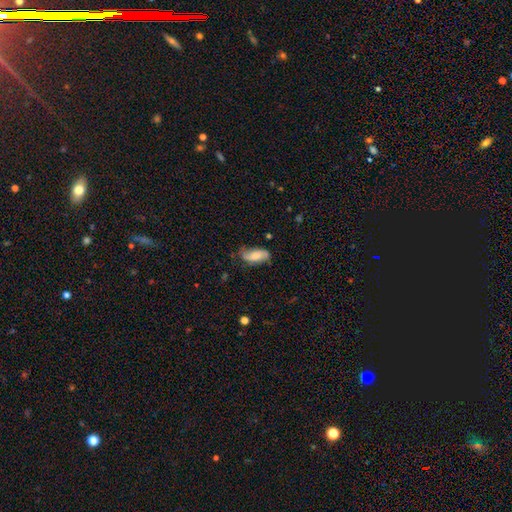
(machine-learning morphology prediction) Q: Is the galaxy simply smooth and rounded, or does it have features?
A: smooth — 62%.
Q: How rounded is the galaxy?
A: in between — 86%.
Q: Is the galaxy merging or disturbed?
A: none — 59%.